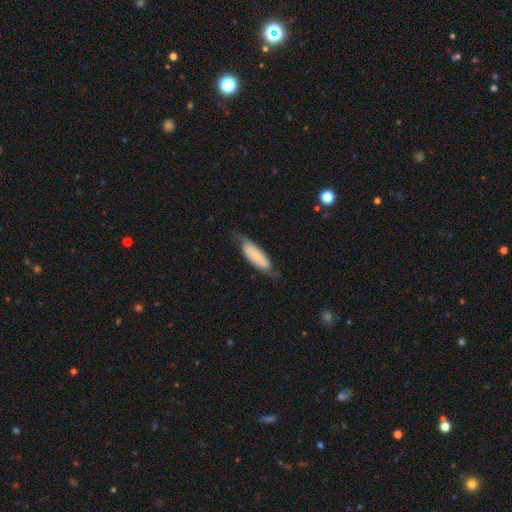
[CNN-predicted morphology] smooth_or_featured: featured or disk (p=0.54) [alt: smooth p=0.40]
disk_edge_on: no (p=0.81) [alt: yes p=0.19]
merging: none (p=0.59) [alt: minor disturbance p=0.26]